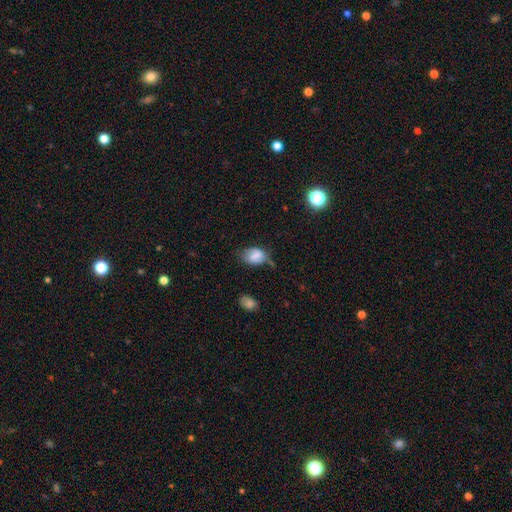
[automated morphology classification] A smooth galaxy with no disk features (75%) that is in between round and cigar-shaped (79%).

Vote fractions:
- Smooth or featured? smooth: 75% / featured or disk: 15% / star or artifact: 10%
- How rounded? in between: 79% / round: 19% / cigar-shaped: 2%
- Merging? none: 49% / minor disturbance: 35% / major disturbance: 11% / merger: 5%